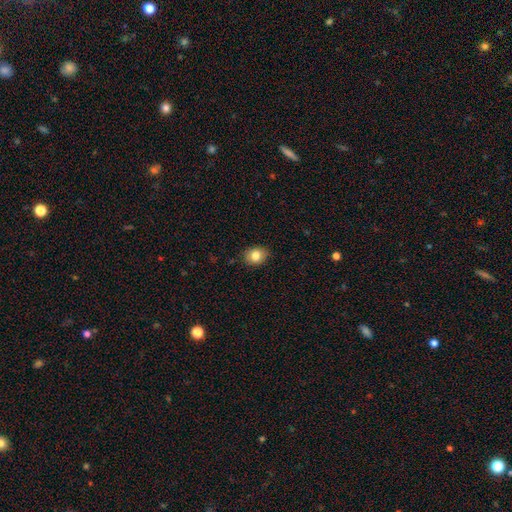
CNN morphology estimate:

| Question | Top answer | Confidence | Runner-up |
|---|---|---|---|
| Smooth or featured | smooth | 82% | star or artifact (9%) |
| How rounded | in between | 50% | round (49%) |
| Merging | none | 86% | minor disturbance (11%) |